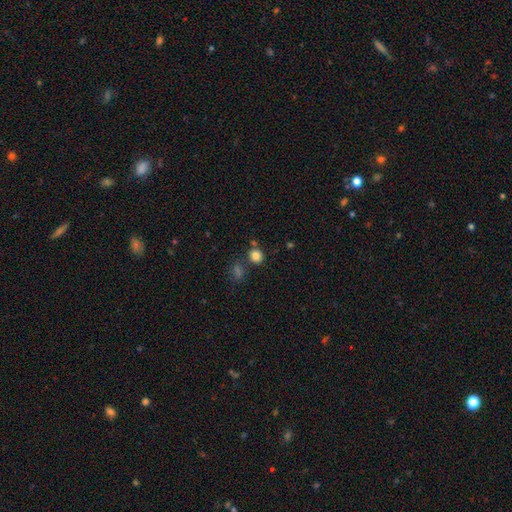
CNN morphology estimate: Overall: smooth (82%). How rounded: round (80%). Merging: none (73%).